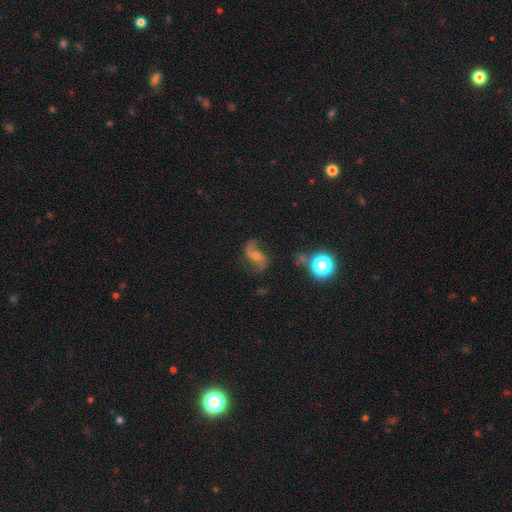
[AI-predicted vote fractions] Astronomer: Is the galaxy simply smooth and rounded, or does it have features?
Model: featured or disk — 79%.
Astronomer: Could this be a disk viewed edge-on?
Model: no — 97%.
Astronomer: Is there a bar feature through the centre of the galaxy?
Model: no — 50% (runner-up: weak, 37%).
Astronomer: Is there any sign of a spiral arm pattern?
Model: yes — 95%.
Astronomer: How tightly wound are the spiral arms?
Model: loose — 72%.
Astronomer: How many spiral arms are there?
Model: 2 — 90%.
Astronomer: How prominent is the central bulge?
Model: moderate — 51% (runner-up: small, 38%).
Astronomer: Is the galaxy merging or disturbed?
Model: none — 70%.